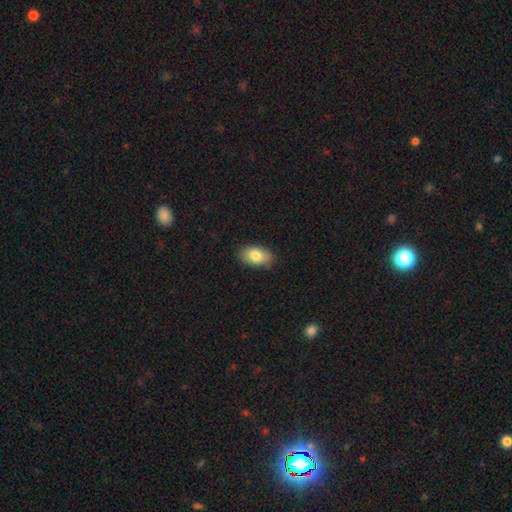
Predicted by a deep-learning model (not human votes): A smooth galaxy with no disk features (81%) that is in between round and cigar-shaped (91%). Merging: none (86%).